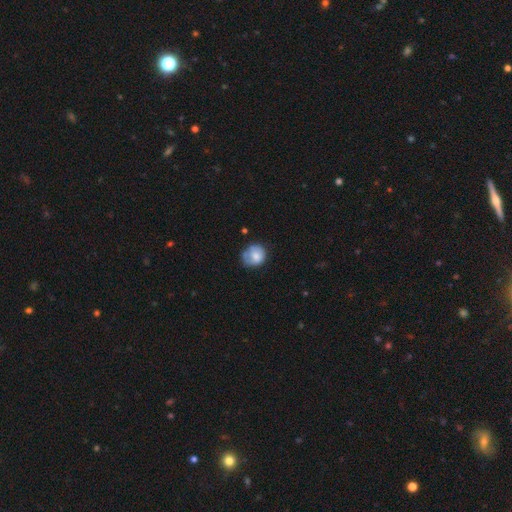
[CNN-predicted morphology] Smooth or featured?
  - smooth: 69% *
  - featured or disk: 23%
  - star or artifact: 8%
How rounded?
  - round: 76% *
  - in between: 24%
  - cigar-shaped: 1%
Merging?
  - none: 52% *
  - minor disturbance: 31%
  - major disturbance: 13%
  - merger: 4%